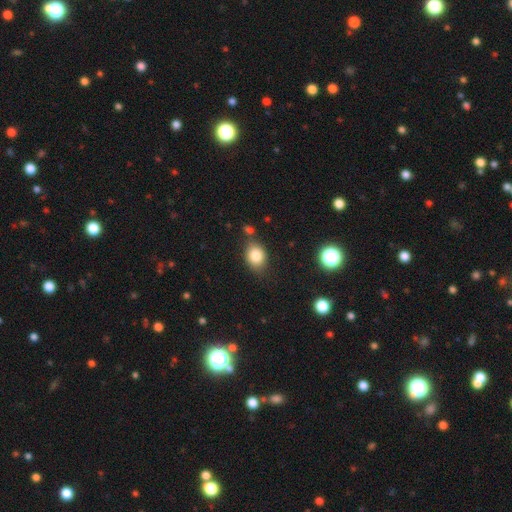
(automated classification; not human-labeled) Overall: smooth (82%). How rounded: in between (60%; round 39%). Merging: none (73%).